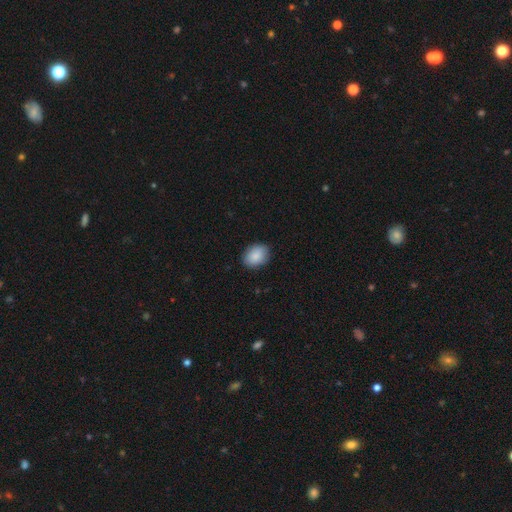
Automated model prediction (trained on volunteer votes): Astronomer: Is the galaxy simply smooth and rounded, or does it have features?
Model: smooth — 89%.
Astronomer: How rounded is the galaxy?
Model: in between — 68%.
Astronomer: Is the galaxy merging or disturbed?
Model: none — 86%.